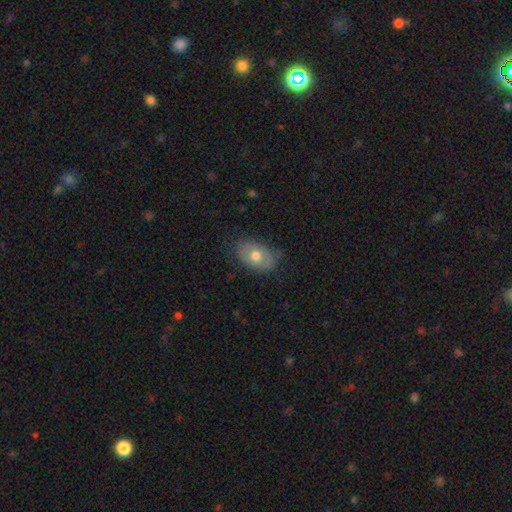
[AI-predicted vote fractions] Overall: smooth (65%; featured or disk 28%). How rounded: in between (86%). Merging: none (75%).